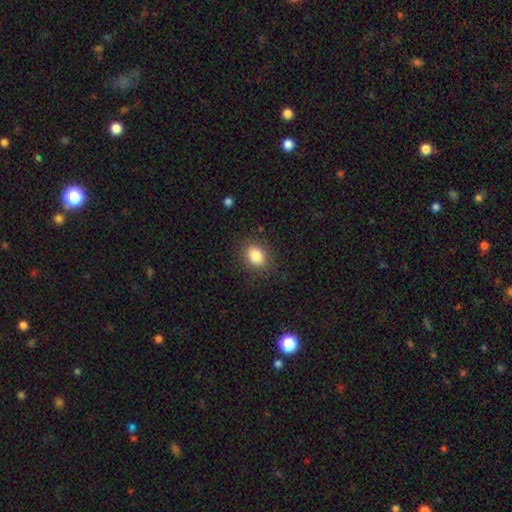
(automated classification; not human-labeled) A smooth galaxy with no disk features (85%) that is in between round and cigar-shaped (60%). Merging: none (85%).